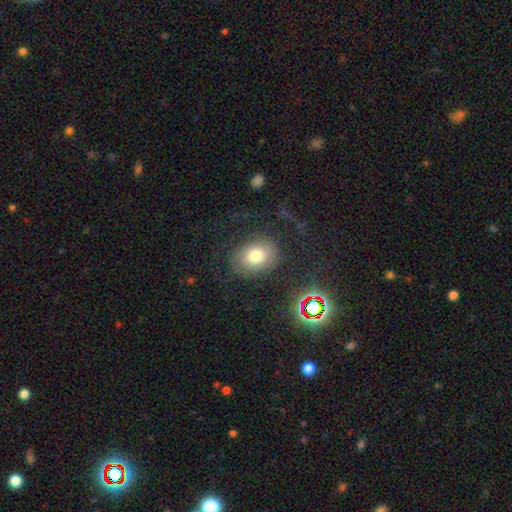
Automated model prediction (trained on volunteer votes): Smooth or featured? Predicted: smooth (p=0.61). How rounded? Predicted: in between (p=0.59). Merging? Predicted: none (p=0.66).